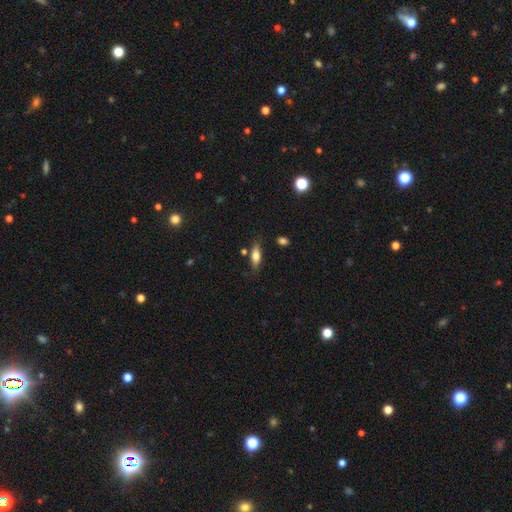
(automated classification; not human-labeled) Smooth or featured? Predicted: smooth (p=0.70). How rounded? Predicted: in between (p=0.64). Merging? Predicted: none (p=0.76).